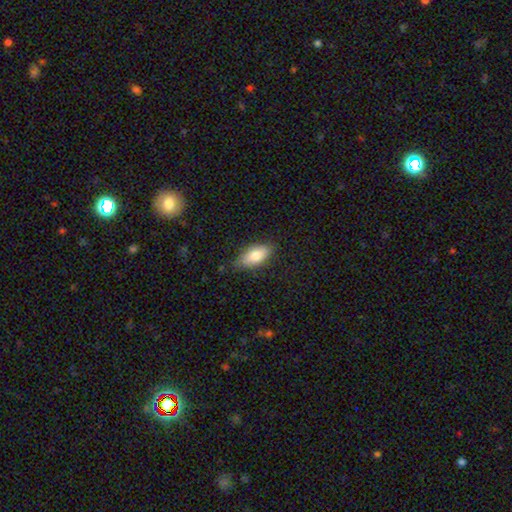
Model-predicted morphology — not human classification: Q: Smooth or featured?
A: smooth (77%); runner-up: featured or disk (16%)
Q: How rounded?
A: in between (87%); runner-up: cigar-shaped (10%)
Q: Merging?
A: none (75%); runner-up: minor disturbance (21%)